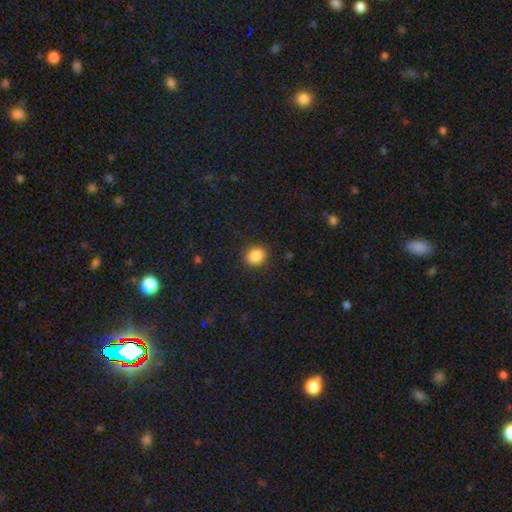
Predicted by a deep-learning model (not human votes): This appears to be a smooth galaxy with no disk features (87%) that is round (67%). Merging: none (88%).